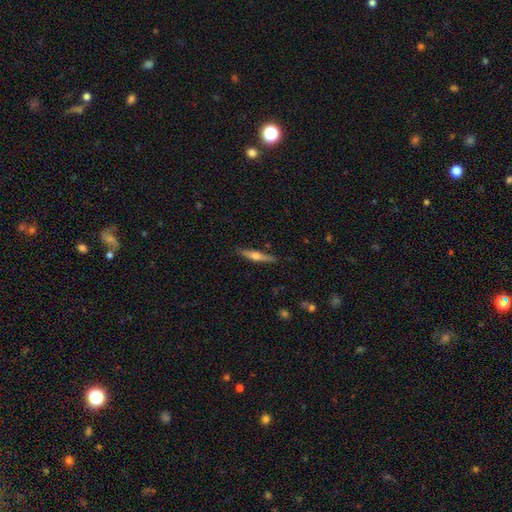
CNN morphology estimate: This appears to be a featured or disk galaxy (56%) viewed edge-on (96%) with a rounded central bulge (90%). Merging: none (86%).